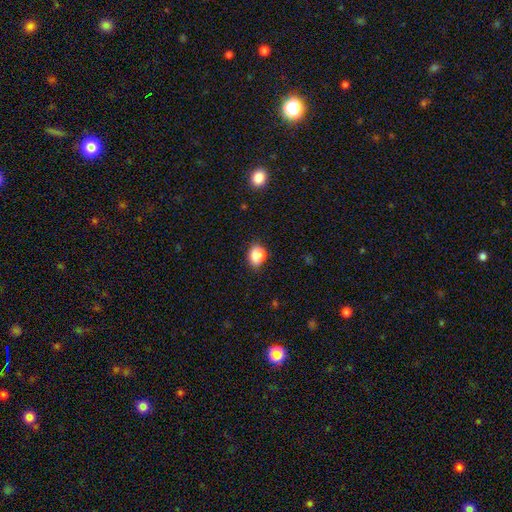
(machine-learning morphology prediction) Smooth or featured? Predicted: smooth (p=0.77). How rounded? Predicted: in between (p=0.58). Merging? Predicted: none (p=0.53).